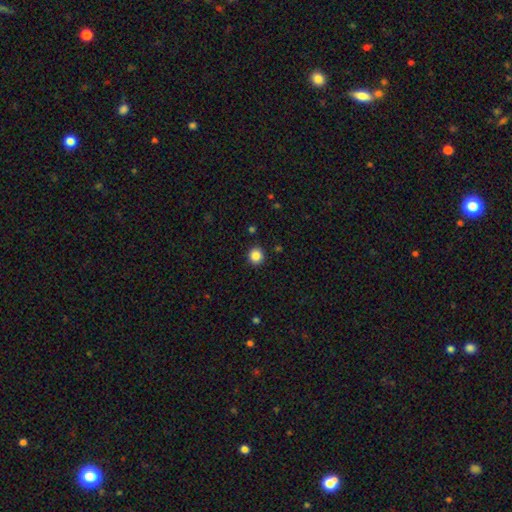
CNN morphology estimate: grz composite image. It shows a smooth galaxy with no disk features (86%) that is round (90%). Merging: none (92%).